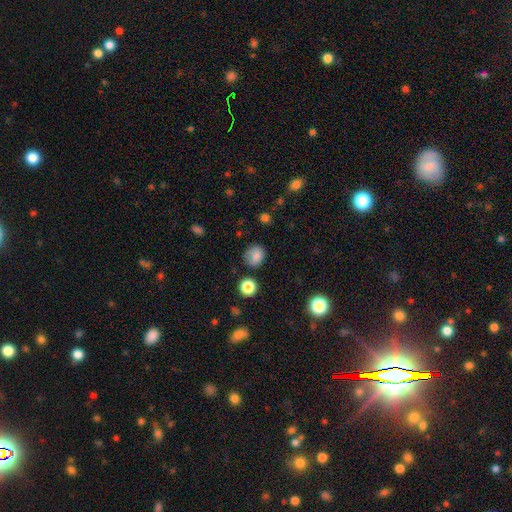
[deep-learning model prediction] smooth-or-featured: smooth: 82% | star or artifact: 11% | featured or disk: 6%
  how-rounded: round: 76% | in between: 23% | cigar-shaped: 1%
  merging: none: 74% | minor disturbance: 18% | major disturbance: 5% | merger: 3%